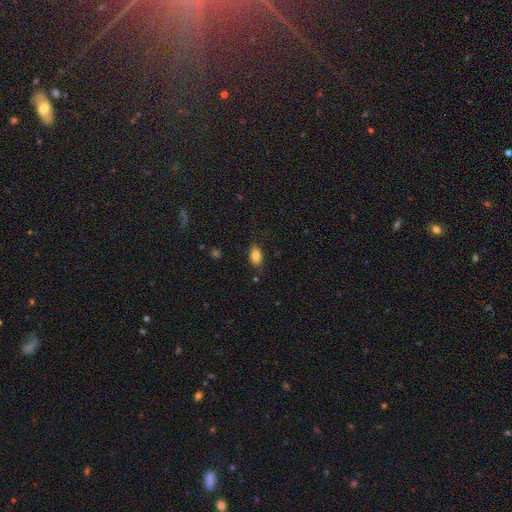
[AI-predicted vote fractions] Smooth or featured?
  - smooth: 84% *
  - star or artifact: 9%
  - featured or disk: 7%
How rounded?
  - in between: 88% *
  - round: 8%
  - cigar-shaped: 3%
Merging?
  - none: 80% *
  - minor disturbance: 15%
  - major disturbance: 4%
  - merger: 2%